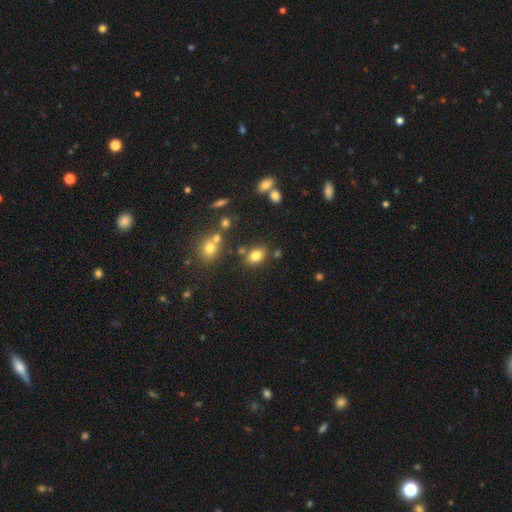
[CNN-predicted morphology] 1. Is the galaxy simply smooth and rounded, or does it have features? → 80% smooth, 12% star or artifact, 8% featured or disk.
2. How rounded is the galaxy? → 70% in between, 29% round, 1% cigar-shaped.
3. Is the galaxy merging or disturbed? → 74% none, 13% minor disturbance, 10% merger, 4% major disturbance.